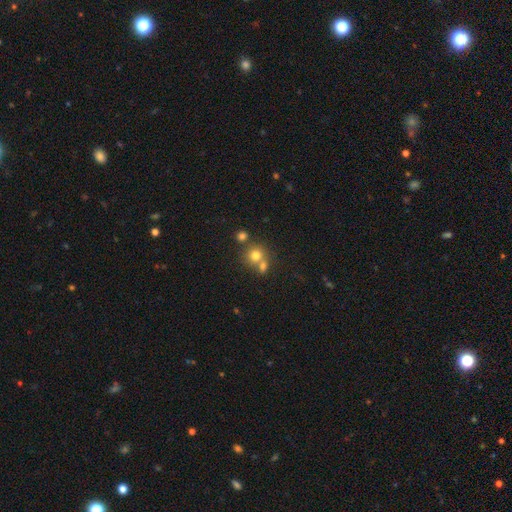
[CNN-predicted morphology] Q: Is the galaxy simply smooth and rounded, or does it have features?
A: smooth — 74%.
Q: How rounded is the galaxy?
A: round — 85%.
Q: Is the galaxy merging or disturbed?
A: none — 52%.